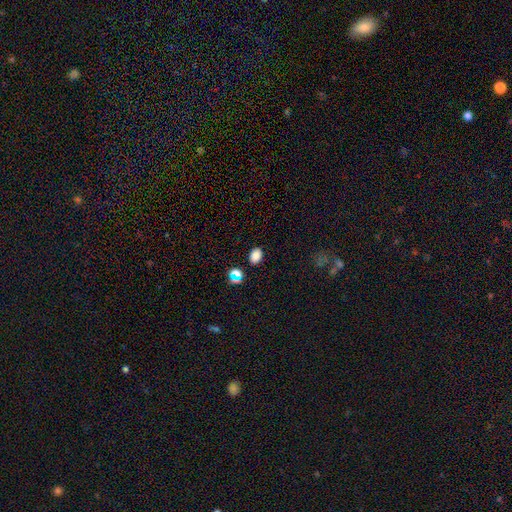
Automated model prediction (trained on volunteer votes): This is clearly a smooth galaxy (81%). How rounded: likely in between (79%). Merging: clearly none (85%).